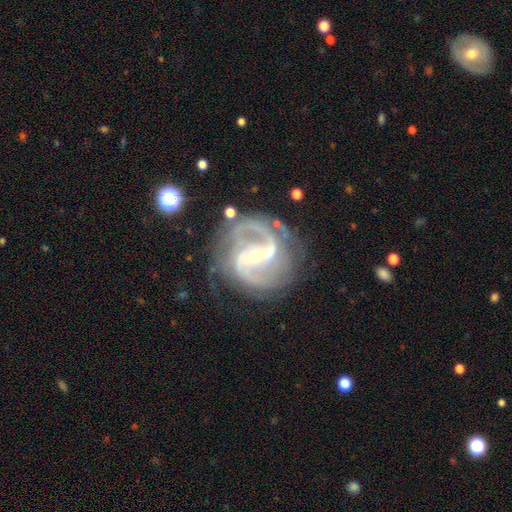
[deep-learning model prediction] Overall: featured or disk (91%). Edge-on disk: no (98%). Bar: strong (51%; weak 36%). Spiral arms: yes (98%). Spiral arm count: 2 (83%). Spiral winding: medium (57%; tight 25%). Bulge size: small (59%; moderate 38%). Merging: none (71%).